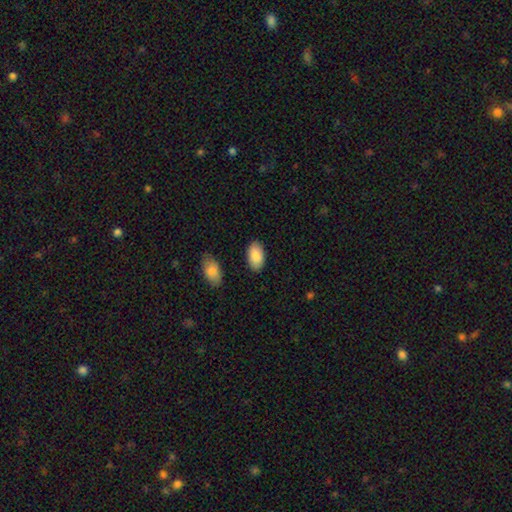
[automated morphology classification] Smooth or featured? Predicted: smooth (p=0.88). How rounded? Predicted: in between (p=0.95). Merging? Predicted: none (p=0.86).